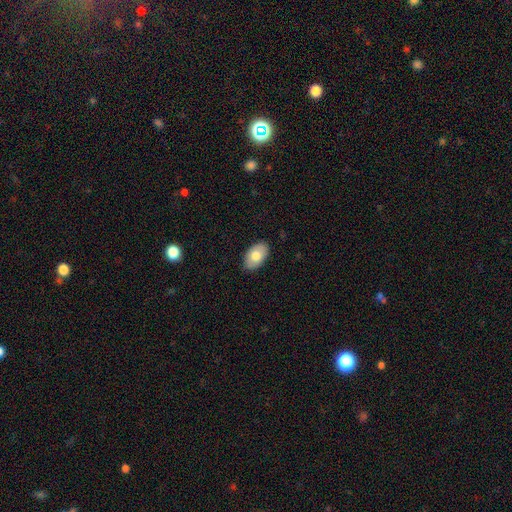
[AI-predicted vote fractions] Smooth or featured: smooth — 74% (featured or disk — 20%)
How rounded: in between — 93% (round — 6%)
Merging: none — 88% (minor disturbance — 9%)